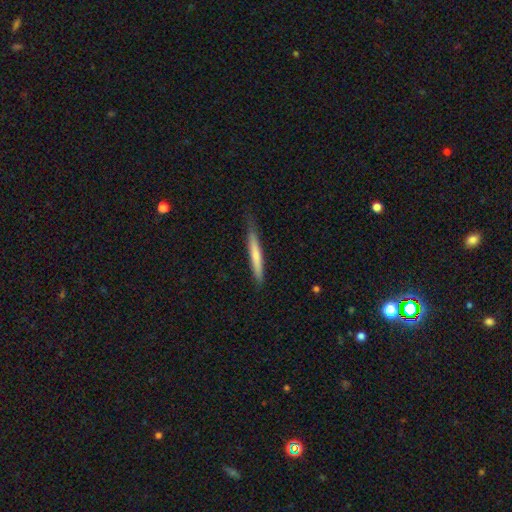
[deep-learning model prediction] This is likely a smooth galaxy (64%). How rounded: clearly cigar-shaped (96%). Merging: likely none (76%).